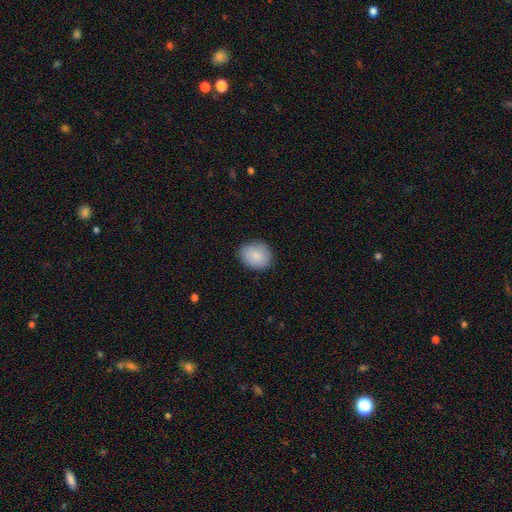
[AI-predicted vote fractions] This appears to be a smooth galaxy with no disk features (86%) that is round (56%). Merging: none (84%).